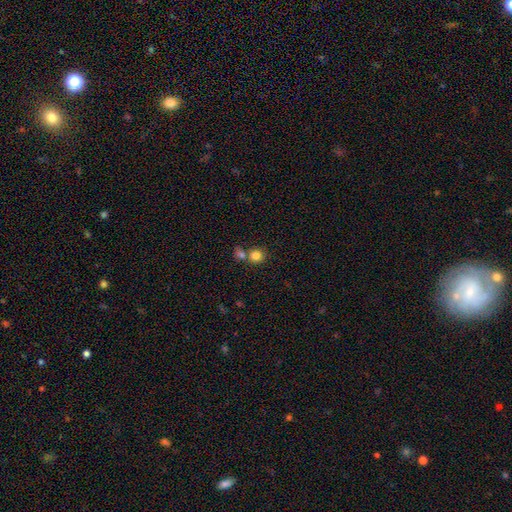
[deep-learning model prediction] Smooth or featured? Predicted: smooth (p=0.83). How rounded? Predicted: round (p=0.86). Merging? Predicted: none (p=0.54).